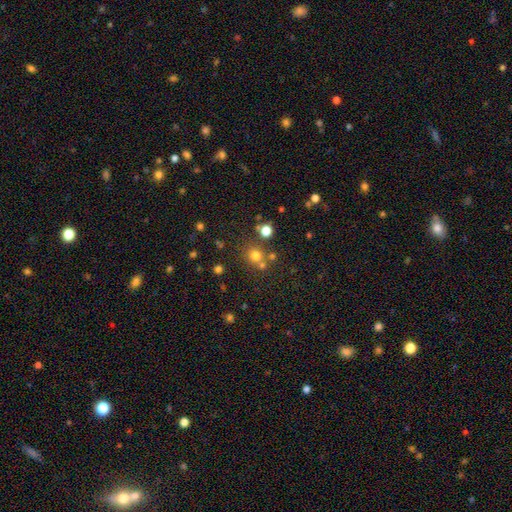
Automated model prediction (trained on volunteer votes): Smooth or featured: smooth — 70% (star or artifact — 20%)
How rounded: round — 86% (in between — 13%)
Merging: none — 67% (merger — 21%)